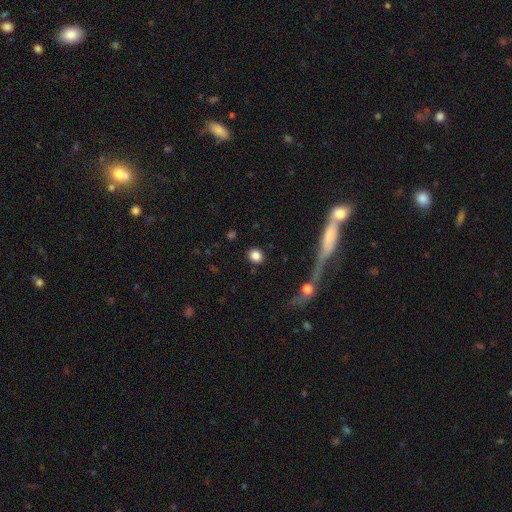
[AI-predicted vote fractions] This is clearly a smooth galaxy (84%). How rounded: likely round (79%). Merging: clearly none (88%).